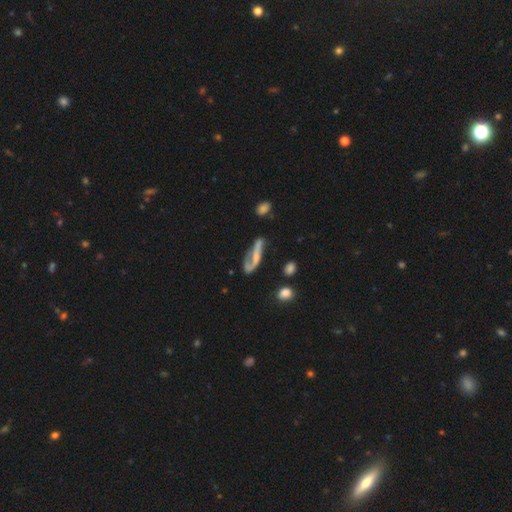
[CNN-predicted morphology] Overall: featured or disk (65%; smooth 26%). Edge-on disk: no (79%). Bar: no (42%; strong 30%). Spiral arms: yes (74%). Bulge size: none (39%; small 33%). Merging: none (35%; major disturbance 33%).